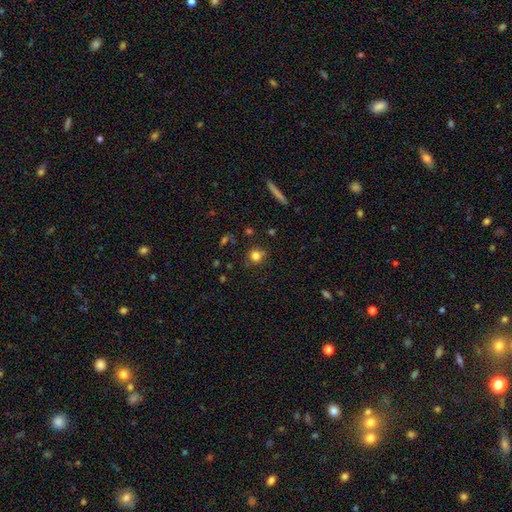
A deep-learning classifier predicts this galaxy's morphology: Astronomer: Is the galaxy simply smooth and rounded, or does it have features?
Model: smooth — 80%.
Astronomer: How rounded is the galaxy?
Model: round — 86%.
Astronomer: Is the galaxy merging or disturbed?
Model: none — 79%.